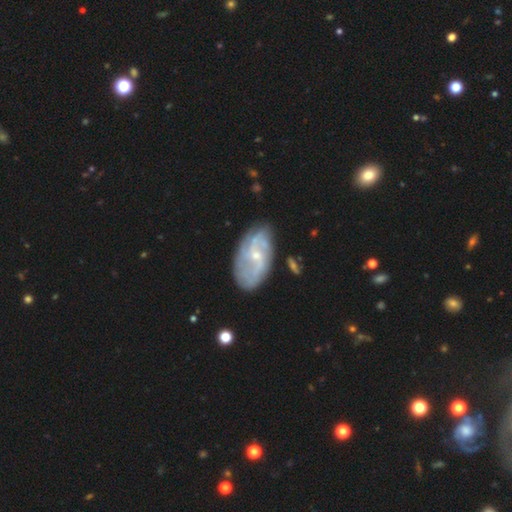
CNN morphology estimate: The model was most divided on "spiral winding": medium: 37%, tight: 33%, loose: 29%. Remaining: edge-on disk — no (95%); spiral arms — yes (89%); smooth or featured — featured or disk (77%); bulge size — small (74%); merging — none (73%); bar — no (56%); spiral arm count — can't tell (38%).